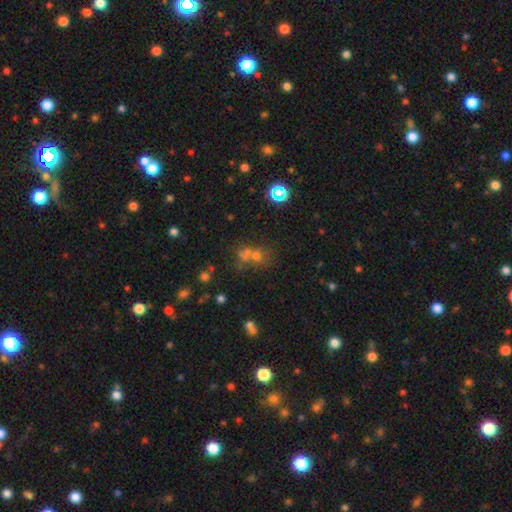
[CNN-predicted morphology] Smooth or featured?
  - smooth: 47% *
  - star or artifact: 40%
  - featured or disk: 13%
Merging?
  - none: 49% *
  - merger: 37%
  - minor disturbance: 9%
  - major disturbance: 5%